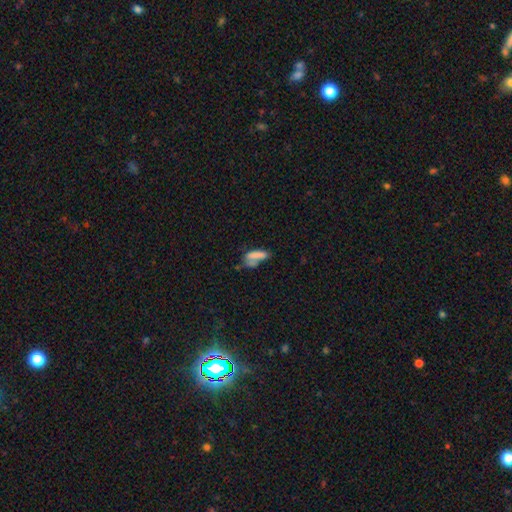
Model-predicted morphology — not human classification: Smooth or featured?
  - smooth: 70% *
  - featured or disk: 19%
  - star or artifact: 11%
How rounded?
  - in between: 52% *
  - cigar-shaped: 45%
  - round: 3%
Merging?
  - none: 32% *
  - merger: 27%
  - minor disturbance: 21%
  - major disturbance: 20%